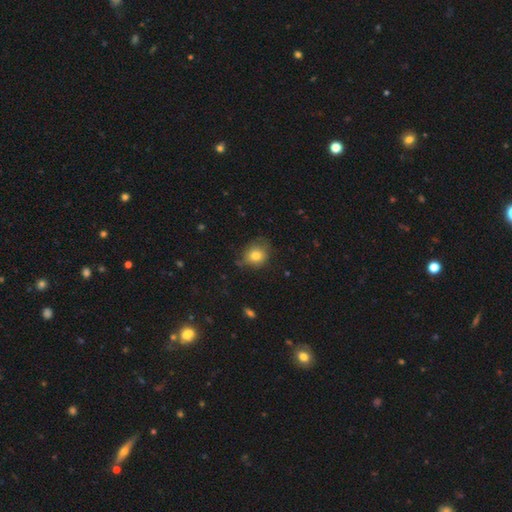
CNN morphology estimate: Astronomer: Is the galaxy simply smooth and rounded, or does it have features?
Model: smooth — 78%.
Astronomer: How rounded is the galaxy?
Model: round — 74%.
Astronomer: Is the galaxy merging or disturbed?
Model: none — 62%.